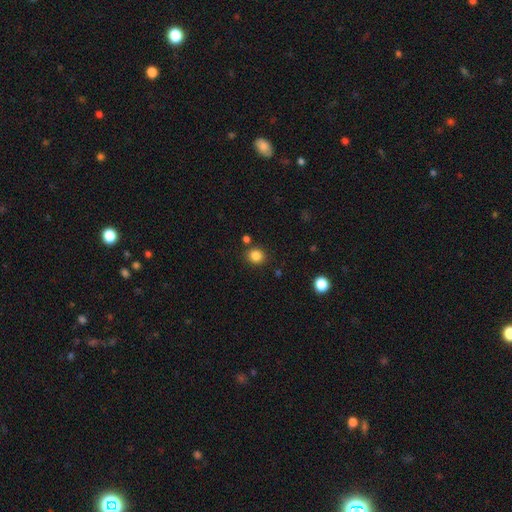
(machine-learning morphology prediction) Q: Smooth or featured?
A: smooth (84%); runner-up: star or artifact (12%)
Q: How rounded?
A: round (81%); runner-up: in between (18%)
Q: Merging?
A: none (84%); runner-up: minor disturbance (8%)